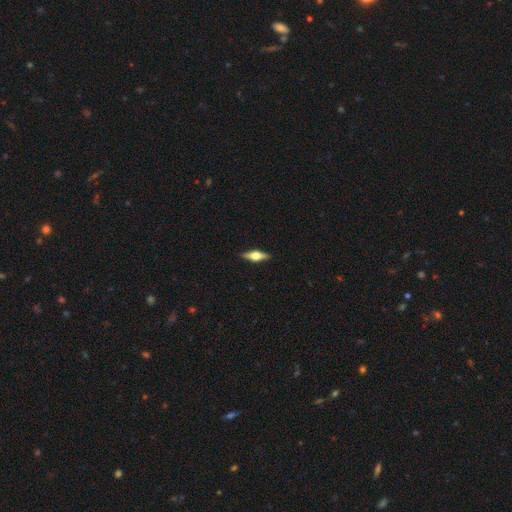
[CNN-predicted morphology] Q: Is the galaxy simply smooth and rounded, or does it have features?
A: featured or disk — 65%.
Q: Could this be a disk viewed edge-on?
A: yes — 96%.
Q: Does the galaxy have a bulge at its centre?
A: rounded — 93%.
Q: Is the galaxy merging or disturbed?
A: none — 89%.